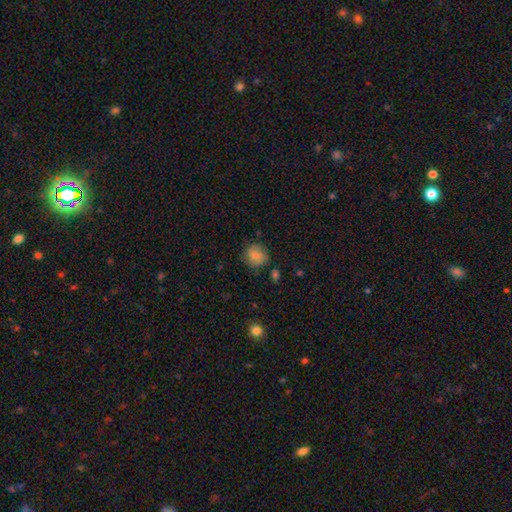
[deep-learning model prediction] This appears to be a smooth galaxy with no disk features (80%) that is round (84%). Merging: none (74%).